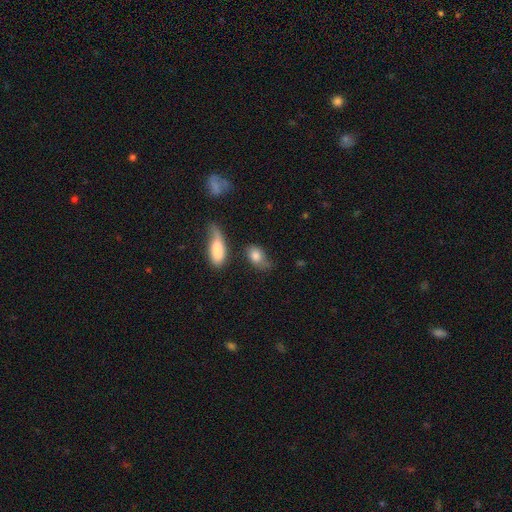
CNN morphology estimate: smooth-or-featured: smooth: 81% | featured or disk: 11% | star or artifact: 8%
  how-rounded: in between: 83% | round: 13% | cigar-shaped: 4%
  merging: none: 41% | minor disturbance: 34% | major disturbance: 15% | merger: 10%